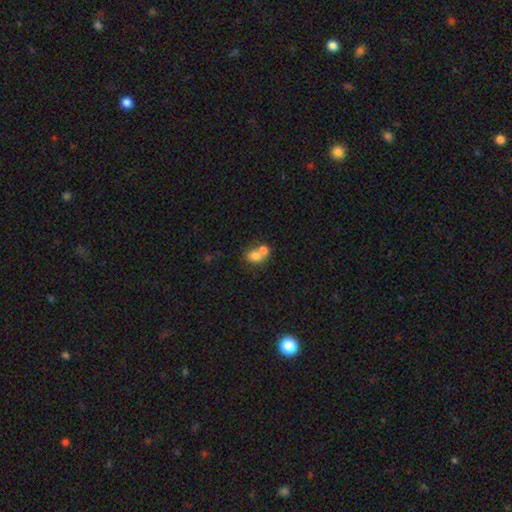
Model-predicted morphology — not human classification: This appears to be a smooth galaxy with no disk features (73%) that is round (58%). Merging: merger (62%).